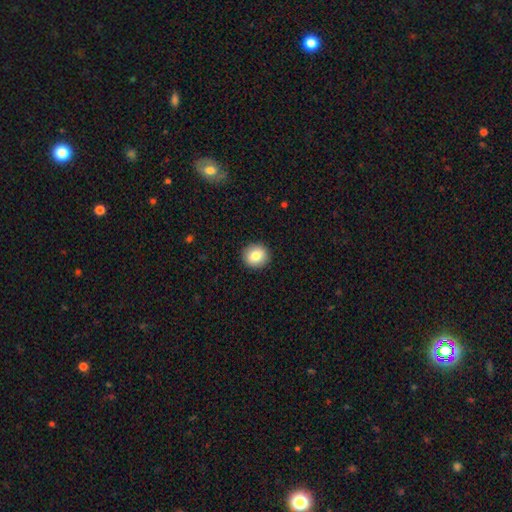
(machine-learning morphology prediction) Q: Smooth or featured?
A: smooth (83%); runner-up: featured or disk (9%)
Q: How rounded?
A: round (86%); runner-up: in between (13%)
Q: Merging?
A: none (92%); runner-up: minor disturbance (5%)